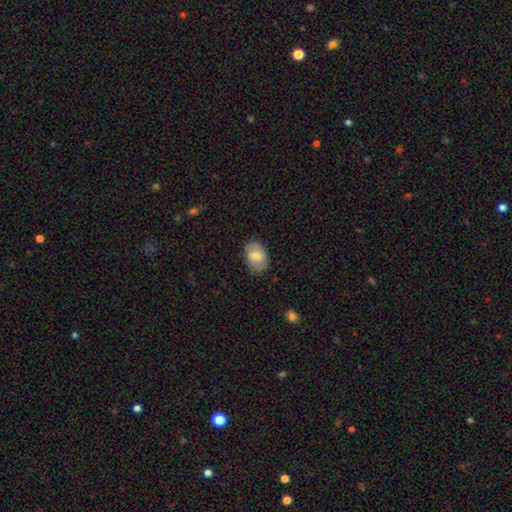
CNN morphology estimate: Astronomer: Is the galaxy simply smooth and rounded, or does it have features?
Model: smooth — 75%.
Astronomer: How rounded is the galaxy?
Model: in between — 79%.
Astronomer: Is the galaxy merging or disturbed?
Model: none — 77%.